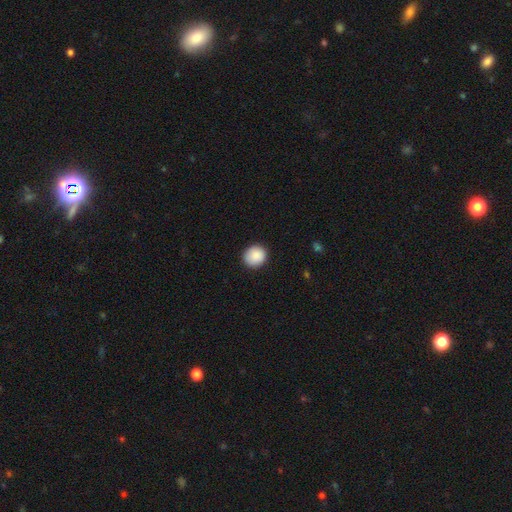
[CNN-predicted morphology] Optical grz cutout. It shows a smooth galaxy with no disk features (89%) that is round (85%). Merging: none (88%).